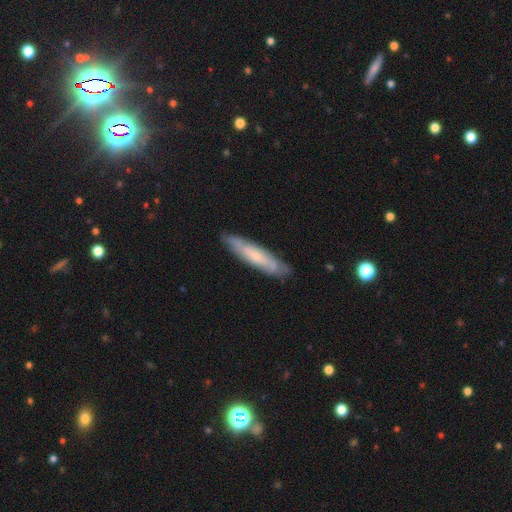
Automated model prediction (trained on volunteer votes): smooth-or-featured: featured or disk: 49% | smooth: 45% | star or artifact: 6%
  merging: none: 82% | minor disturbance: 14% | major disturbance: 3% | merger: 1%